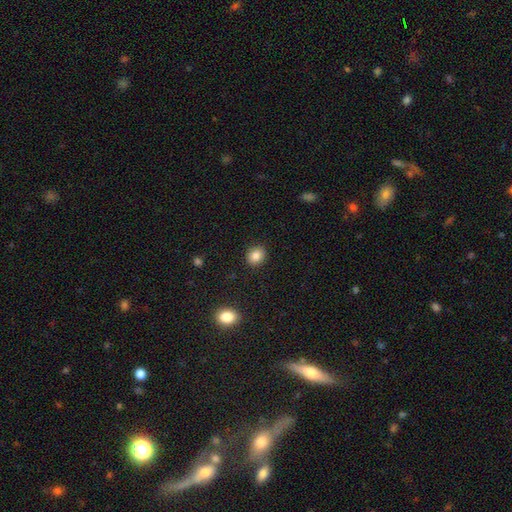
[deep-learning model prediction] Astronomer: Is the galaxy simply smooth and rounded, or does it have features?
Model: smooth — 84%.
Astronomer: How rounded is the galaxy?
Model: round — 70%.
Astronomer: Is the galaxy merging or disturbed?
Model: none — 90%.